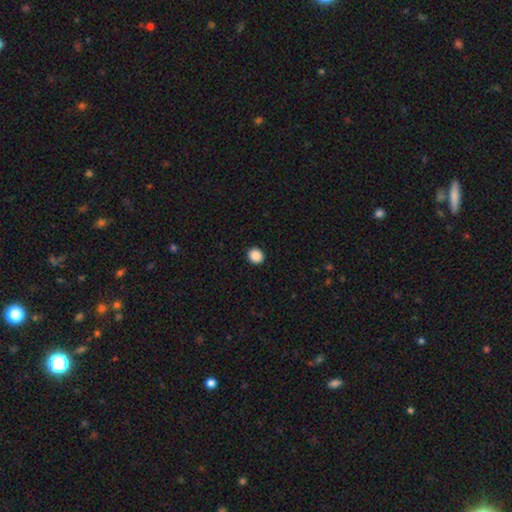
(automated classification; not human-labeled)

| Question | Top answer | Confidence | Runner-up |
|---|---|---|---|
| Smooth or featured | smooth | 89% | star or artifact (9%) |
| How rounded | round | 85% | in between (14%) |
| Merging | none | 93% | minor disturbance (5%) |